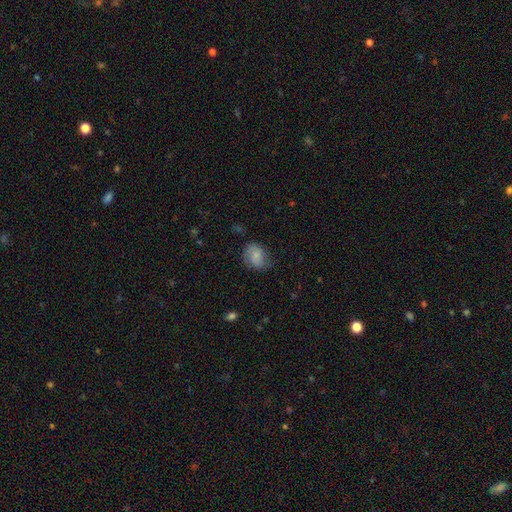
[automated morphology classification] smooth 68%, featured or disk 24%, star or artifact 8%. Down the decision tree: how rounded — in between (54%); merging — none (61%).